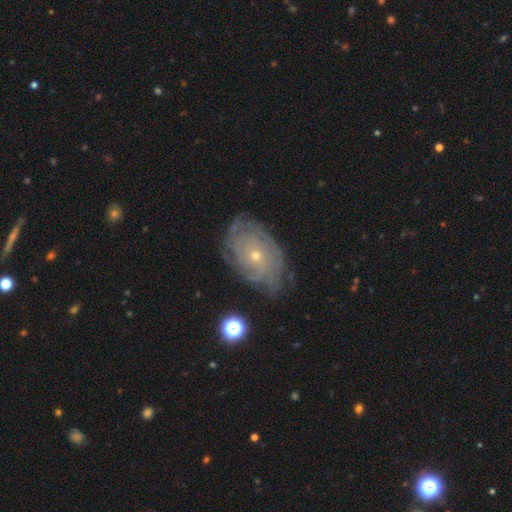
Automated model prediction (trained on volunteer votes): Smooth or featured? featured or disk (78%)
Edge-on disk? no (95%)
Bar? no (85%)
Spiral arms? yes (88%)
Spiral winding? tight (77%)
Spiral arm count? can't tell (52%)
Bulge size? small (74%)
Merging? none (71%)